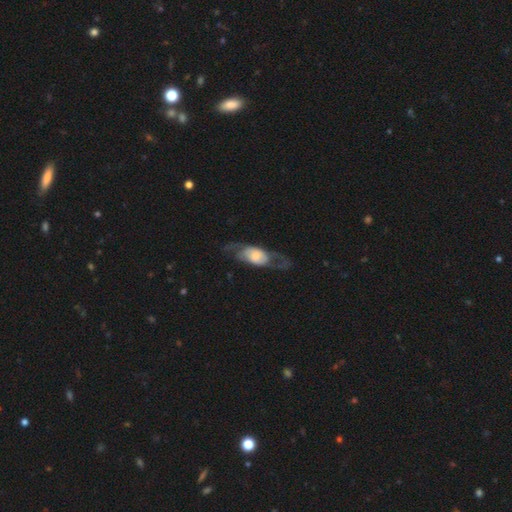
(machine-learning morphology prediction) Overall: featured or disk (56%; smooth 38%). Edge-on disk: no (75%). Merging: none (51%; major disturbance 27%).